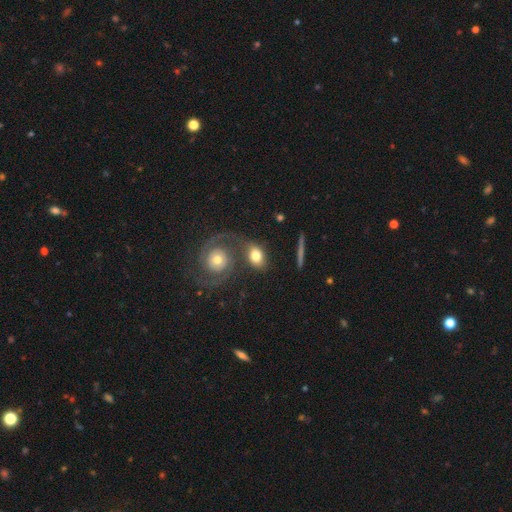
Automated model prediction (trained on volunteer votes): Morphology: type=smooth (58%); roundness=in between (69%); merging=none (50%).